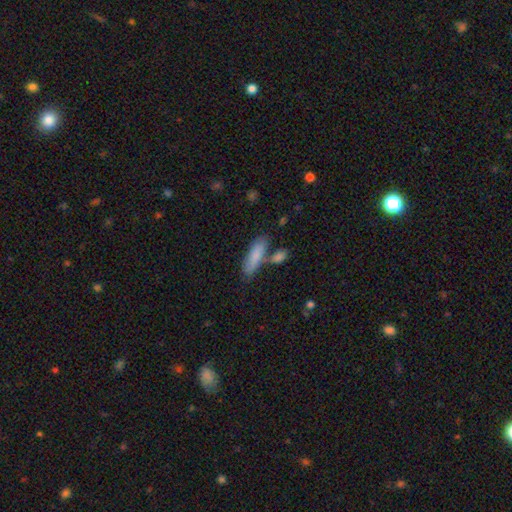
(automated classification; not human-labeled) smooth-or-featured: smooth: 83% | featured or disk: 11% | star or artifact: 6%
  how-rounded: cigar-shaped: 53% | in between: 45% | round: 3%
  merging: none: 63% | merger: 18% | minor disturbance: 15% | major disturbance: 4%